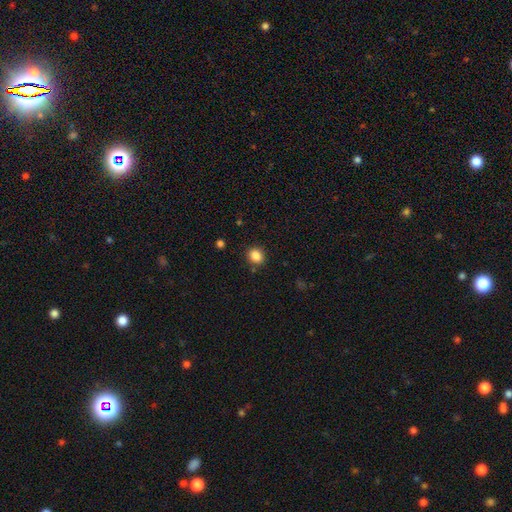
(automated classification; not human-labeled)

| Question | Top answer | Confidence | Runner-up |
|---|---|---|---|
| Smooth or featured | smooth | 86% | star or artifact (10%) |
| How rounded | round | 69% | in between (30%) |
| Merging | none | 86% | minor disturbance (9%) |